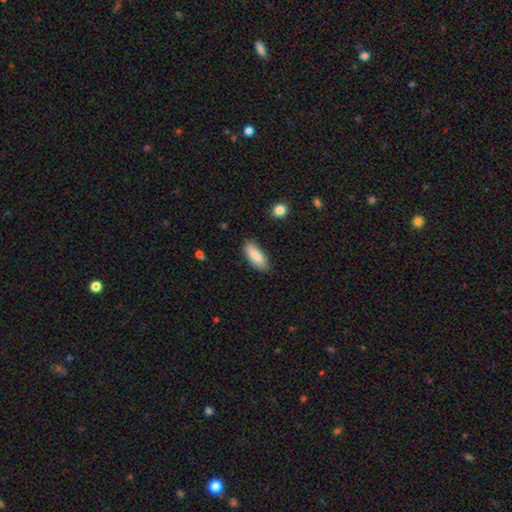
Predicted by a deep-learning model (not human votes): smooth-or-featured: smooth: 85% | featured or disk: 9% | star or artifact: 6%
  how-rounded: in between: 75% | cigar-shaped: 23% | round: 2%
  merging: none: 83% | minor disturbance: 13% | major disturbance: 3% | merger: 2%